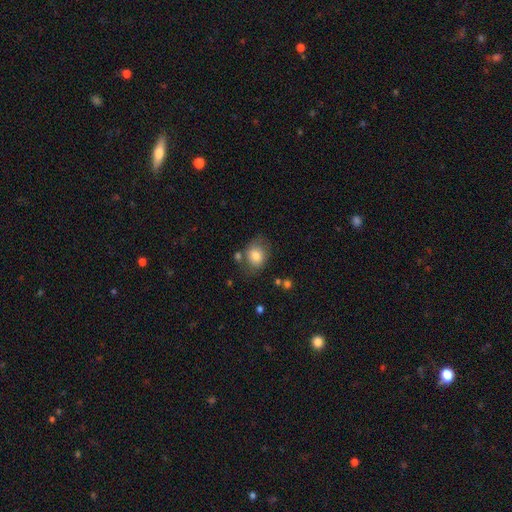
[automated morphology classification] Smooth or featured: smooth — 77% (featured or disk — 15%)
How rounded: round — 53% (in between — 46%)
Merging: none — 63% (minor disturbance — 20%)